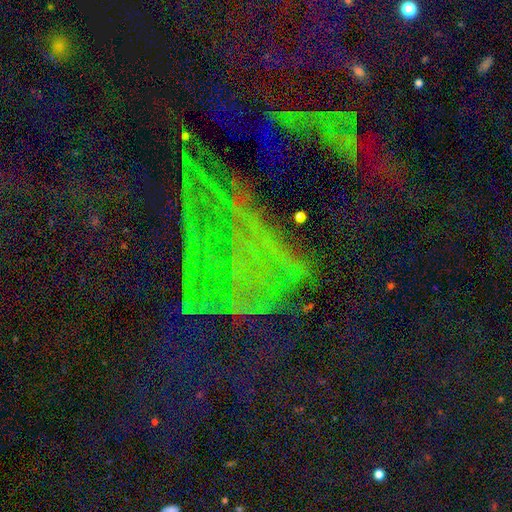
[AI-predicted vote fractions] This appears to be a star or artifact, not a galaxy (75%).